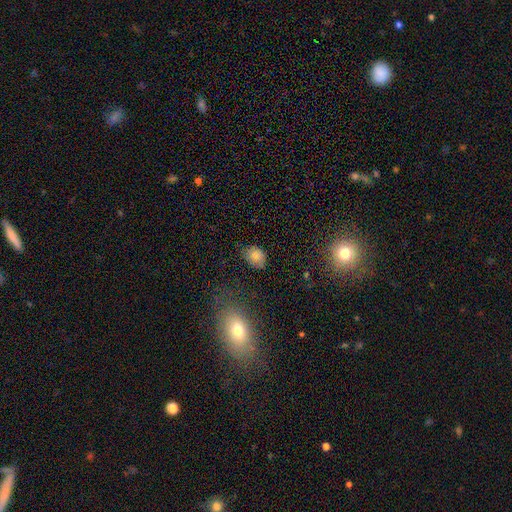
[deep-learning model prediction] Smooth or featured: smooth — 82% (star or artifact — 11%)
How rounded: in between — 68% (round — 31%)
Merging: none — 72% (minor disturbance — 22%)